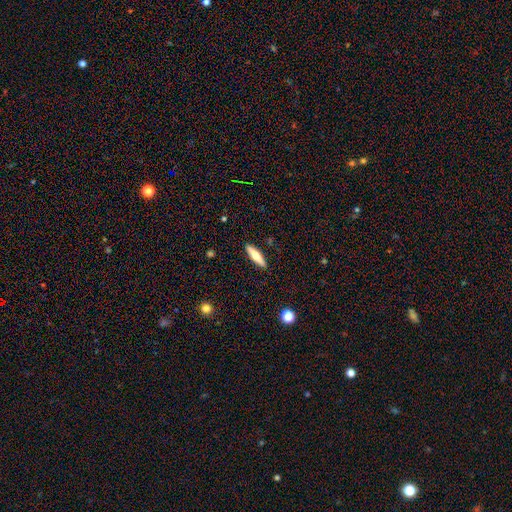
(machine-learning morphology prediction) smooth-or-featured: smooth: 55% | featured or disk: 39% | star or artifact: 6%
  how-rounded: cigar-shaped: 74% | in between: 23% | round: 2%
  merging: none: 91% | minor disturbance: 7% | major disturbance: 2% | merger: 1%